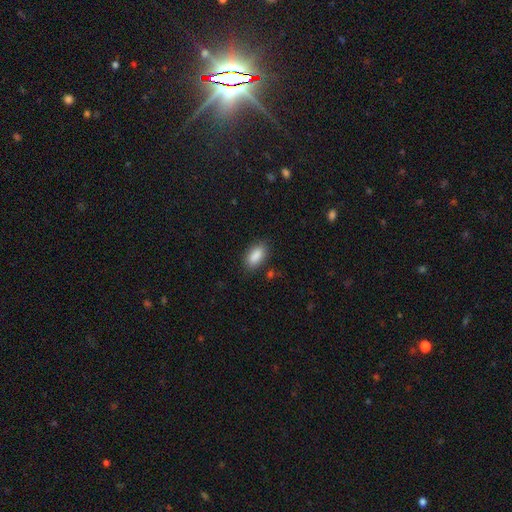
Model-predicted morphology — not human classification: The model was most divided on "merging": none: 85%, minor disturbance: 11%, major disturbance: 3%, merger: 2%. More confident: how rounded — in between (90%); smooth or featured — smooth (89%).